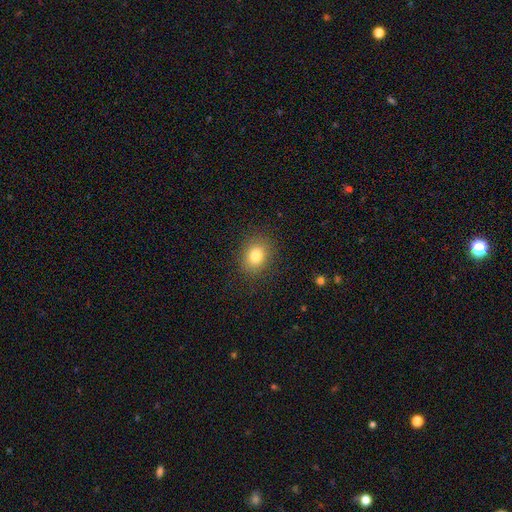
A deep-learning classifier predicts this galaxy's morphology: smooth 80%, star or artifact 11%, featured or disk 9%. Down the decision tree: how rounded — round (55%); merging — none (87%).